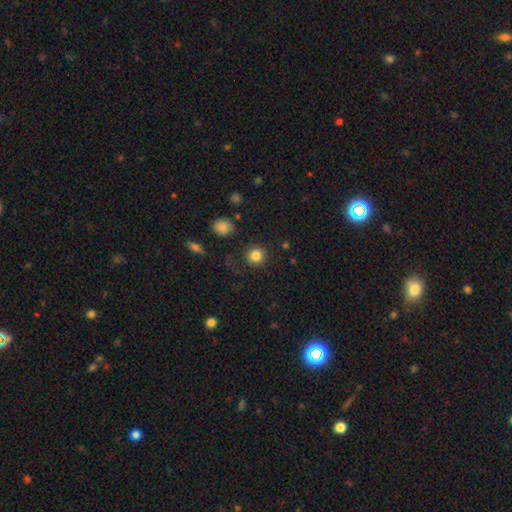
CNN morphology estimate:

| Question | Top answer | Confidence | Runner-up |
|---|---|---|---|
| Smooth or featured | smooth | 84% | star or artifact (11%) |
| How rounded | round | 92% | in between (7%) |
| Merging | none | 86% | minor disturbance (8%) |